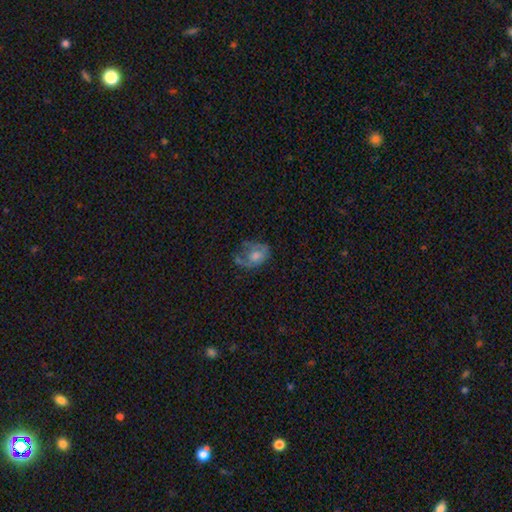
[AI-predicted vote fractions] smooth-or-featured: featured or disk: 48% | smooth: 41% | star or artifact: 10%
  merging: none: 39% | major disturbance: 29% | minor disturbance: 28% | merger: 4%